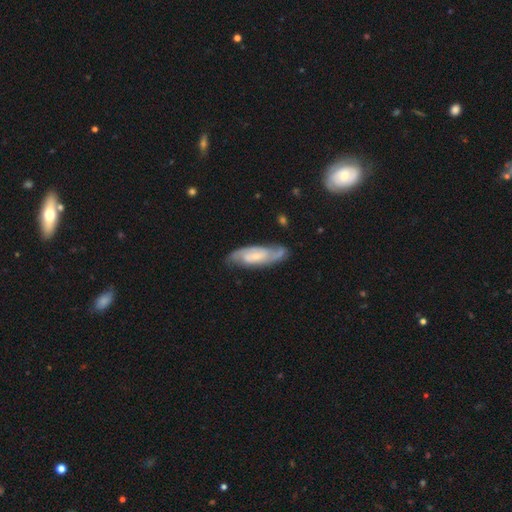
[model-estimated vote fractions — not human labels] This appears to be a featured or disk galaxy (78%) with no bar (44%), 2 (80%) tight (44%) spiral arms (95%) and a small central bulge (61%). Merging: none (75%).